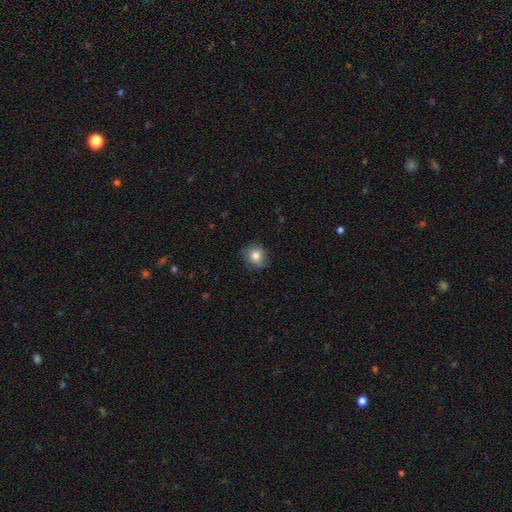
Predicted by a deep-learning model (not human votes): smooth_or_featured: smooth (p=0.81) [alt: featured or disk p=0.10]
how_rounded: round (p=0.83) [alt: in between p=0.16]
merging: none (p=0.81) [alt: minor disturbance p=0.15]